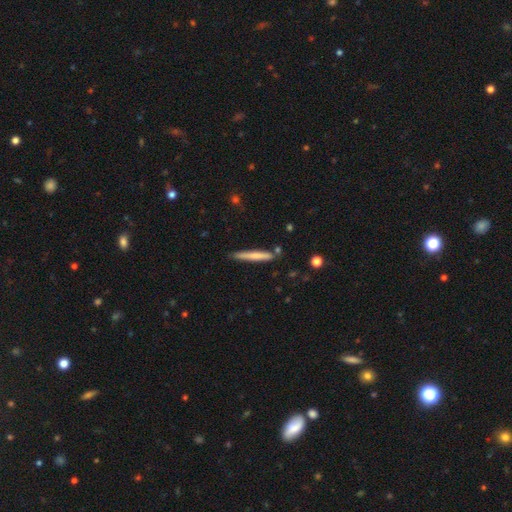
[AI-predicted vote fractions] Overall: smooth (66%; featured or disk 28%). How rounded: cigar-shaped (96%). Merging: none (81%).